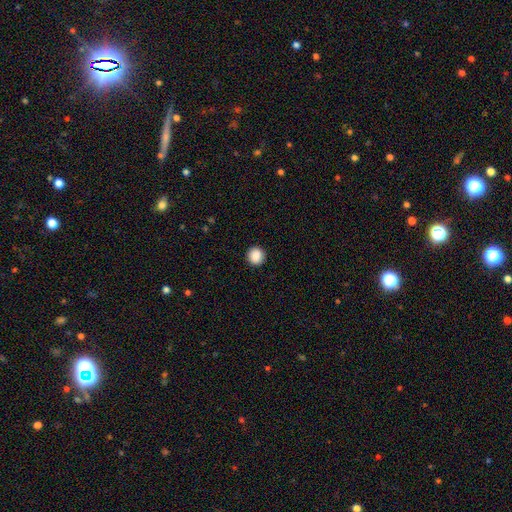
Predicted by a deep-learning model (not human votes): Smooth or featured: smooth — 89% (star or artifact — 8%)
How rounded: round — 93% (in between — 6%)
Merging: none — 92% (minor disturbance — 5%)